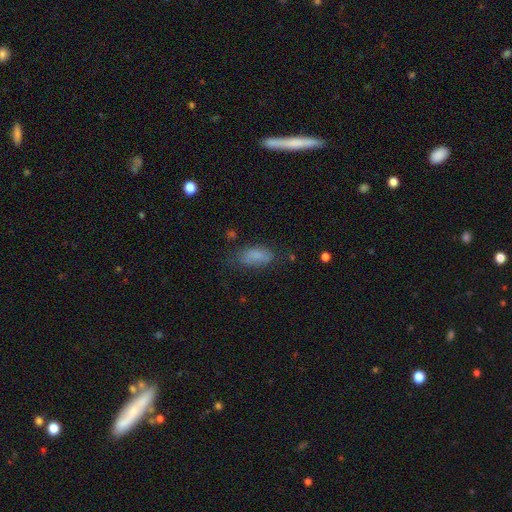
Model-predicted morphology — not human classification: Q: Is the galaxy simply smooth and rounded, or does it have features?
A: smooth — 81%.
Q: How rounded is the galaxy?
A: in between — 87%.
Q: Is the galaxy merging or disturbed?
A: none — 63%.